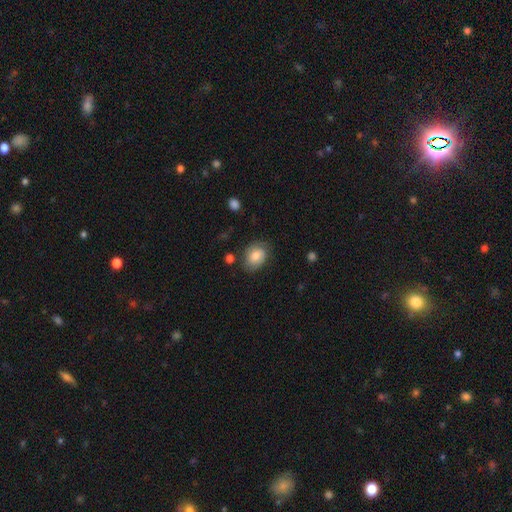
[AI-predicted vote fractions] Smooth or featured? Predicted: smooth (p=0.65). How rounded? Predicted: in between (p=0.67). Merging? Predicted: none (p=0.70).